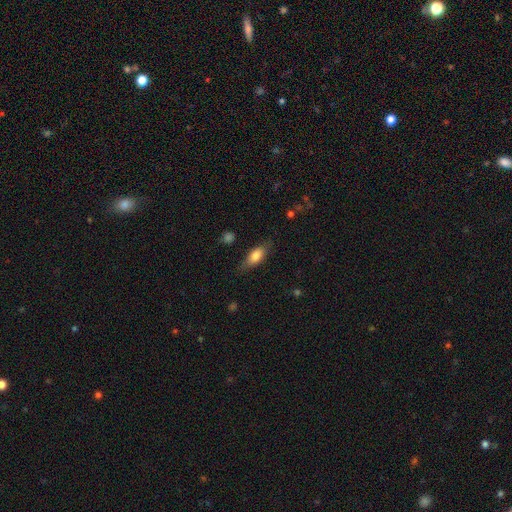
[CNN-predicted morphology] Smooth or featured? Predicted: smooth (p=0.74). How rounded? Predicted: in between (p=0.76). Merging? Predicted: none (p=0.75).